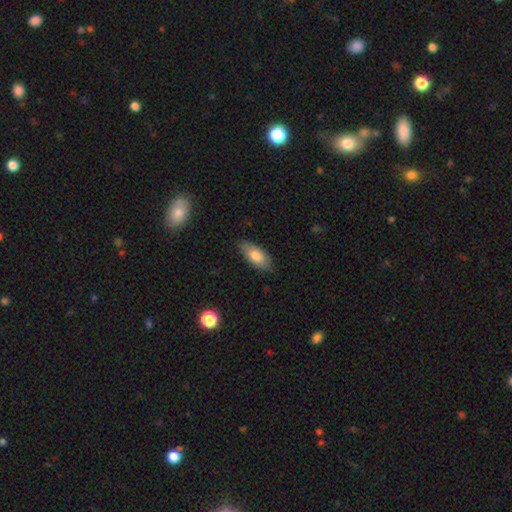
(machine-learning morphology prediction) Overall: smooth (78%). How rounded: in between (86%). Merging: none (83%).